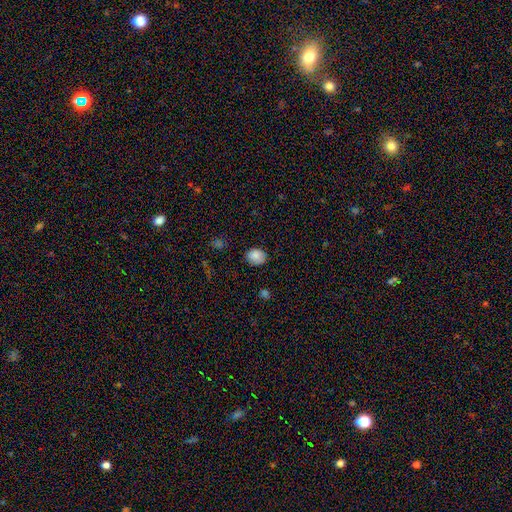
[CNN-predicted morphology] Smooth or featured?
  - smooth: 85% *
  - star or artifact: 9%
  - featured or disk: 6%
How rounded?
  - in between: 53% *
  - round: 46%
  - cigar-shaped: 1%
Merging?
  - none: 80% *
  - minor disturbance: 16%
  - major disturbance: 3%
  - merger: 1%